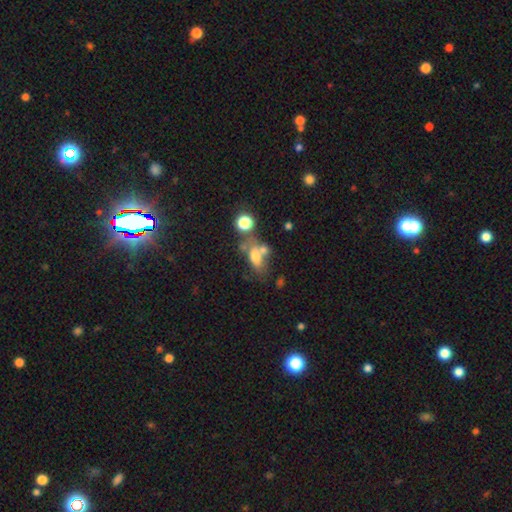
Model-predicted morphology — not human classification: Smooth or featured?
  - smooth: 63% *
  - featured or disk: 23%
  - star or artifact: 13%
How rounded?
  - in between: 77% *
  - round: 14%
  - cigar-shaped: 9%
Merging?
  - none: 36% * (tied)
  - merger: 36% * (tied)
  - minor disturbance: 16%
  - major disturbance: 13%